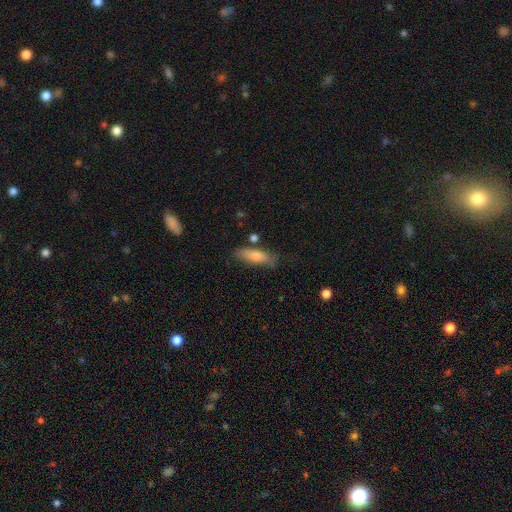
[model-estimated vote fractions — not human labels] A smooth galaxy with no disk features (77%) that is in between round and cigar-shaped (51%).

Vote fractions:
- Smooth or featured? smooth: 77% / featured or disk: 16% / star or artifact: 6%
- How rounded? in between: 51% / cigar-shaped: 47% / round: 2%
- Merging? none: 66% / minor disturbance: 22% / merger: 6% / major disturbance: 6%